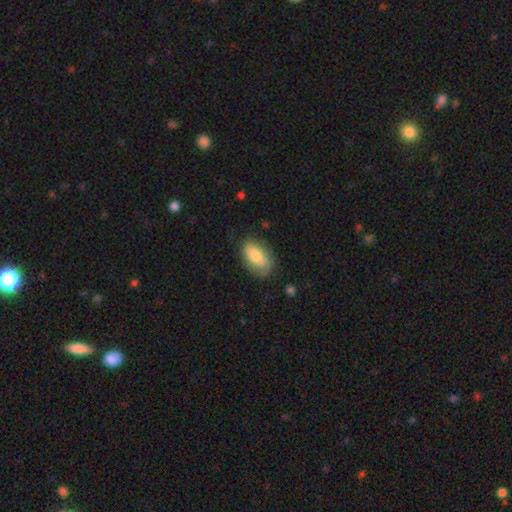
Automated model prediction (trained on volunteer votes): smooth-or-featured: smooth: 78% | featured or disk: 16% | star or artifact: 7%
  how-rounded: in between: 91% | round: 5% | cigar-shaped: 5%
  merging: none: 78% | minor disturbance: 17% | major disturbance: 4% | merger: 1%